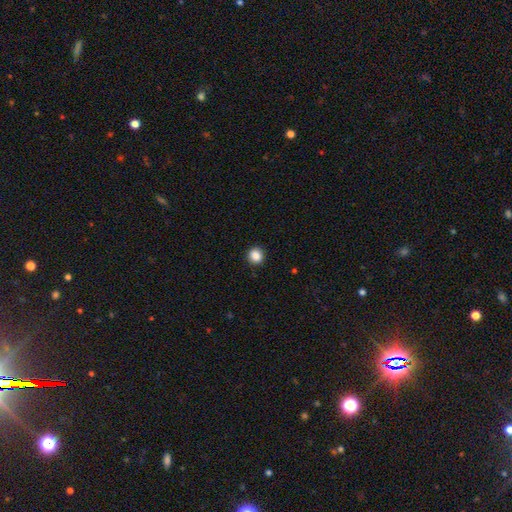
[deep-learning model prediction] smooth_or_featured: smooth (p=0.87) [alt: star or artifact p=0.10]
how_rounded: round (p=0.88) [alt: in between p=0.12]
merging: none (p=0.91) [alt: minor disturbance p=0.06]